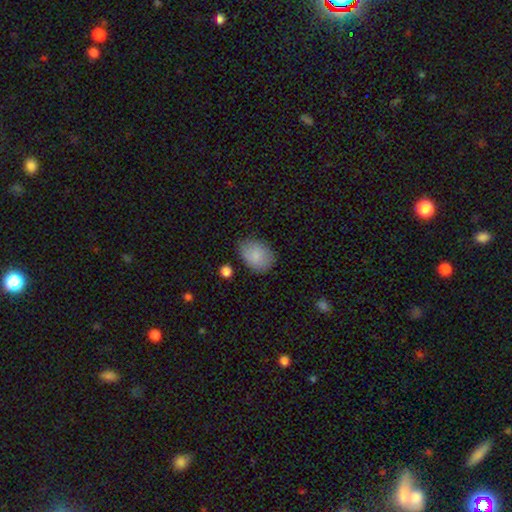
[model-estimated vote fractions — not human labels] smooth_or_featured: smooth (p=0.85) [alt: featured or disk p=0.08]
how_rounded: in between (p=0.70) [alt: round p=0.29]
merging: none (p=0.71) [alt: minor disturbance p=0.22]